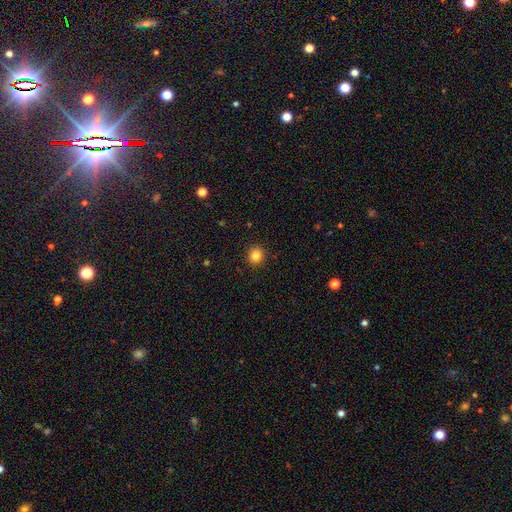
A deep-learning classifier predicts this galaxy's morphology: smooth_or_featured: smooth (p=0.83) [alt: star or artifact p=0.11]
how_rounded: round (p=0.87) [alt: in between p=0.12]
merging: none (p=0.91) [alt: minor disturbance p=0.06]